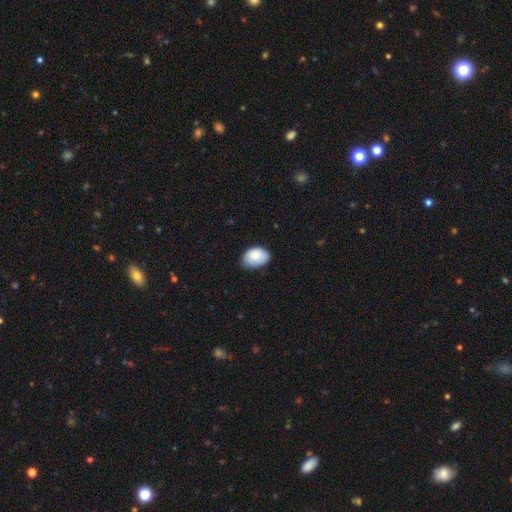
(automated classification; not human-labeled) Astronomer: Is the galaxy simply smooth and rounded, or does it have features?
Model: smooth — 85%.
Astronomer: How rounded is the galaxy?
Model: in between — 83%.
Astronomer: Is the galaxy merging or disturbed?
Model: none — 71%.